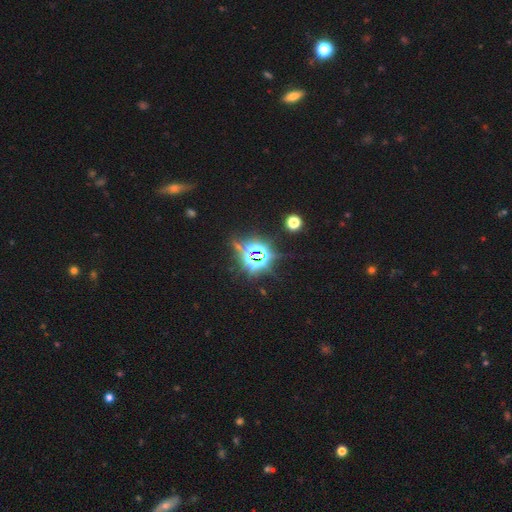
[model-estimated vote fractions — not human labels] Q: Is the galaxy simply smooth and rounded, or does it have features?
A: star or artifact — 81%.